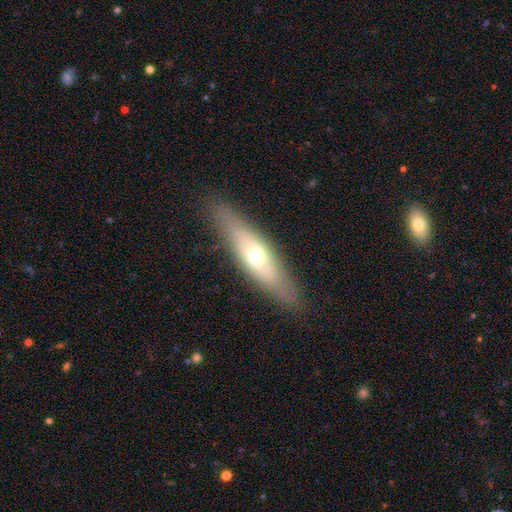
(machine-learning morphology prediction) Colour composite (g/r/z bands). It shows a featured or disk galaxy (51%) viewed edge-on (54%). Merging: none (85%).